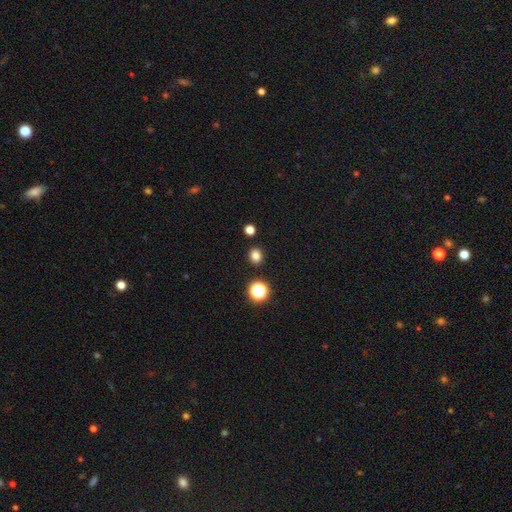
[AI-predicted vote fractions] Smooth or featured? smooth (79%)
How rounded? round (71%)
Merging? none (89%)